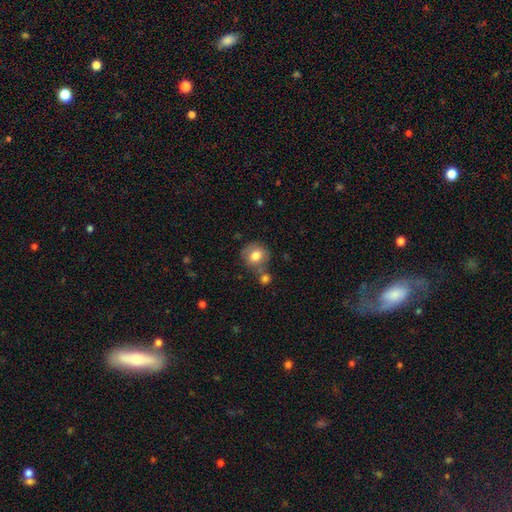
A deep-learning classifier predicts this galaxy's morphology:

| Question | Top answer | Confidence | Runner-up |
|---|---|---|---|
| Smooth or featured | smooth | 78% | featured or disk (14%) |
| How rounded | round | 79% | in between (20%) |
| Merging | none | 60% | merger (18%) |